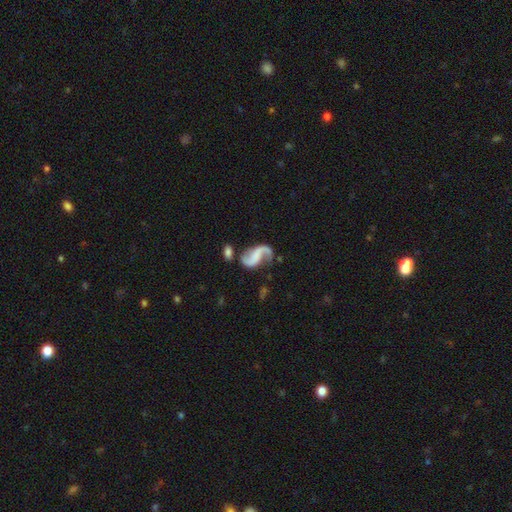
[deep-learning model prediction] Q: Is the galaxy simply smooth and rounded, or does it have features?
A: featured or disk — 86%.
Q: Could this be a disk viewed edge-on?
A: no — 98%.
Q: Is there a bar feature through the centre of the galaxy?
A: no — 45%.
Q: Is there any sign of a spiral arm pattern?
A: yes — 96%.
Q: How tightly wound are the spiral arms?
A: loose — 72%.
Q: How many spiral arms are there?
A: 2 — 89%.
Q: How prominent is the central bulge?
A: none — 67%.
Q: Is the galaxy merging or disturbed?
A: none — 56%.